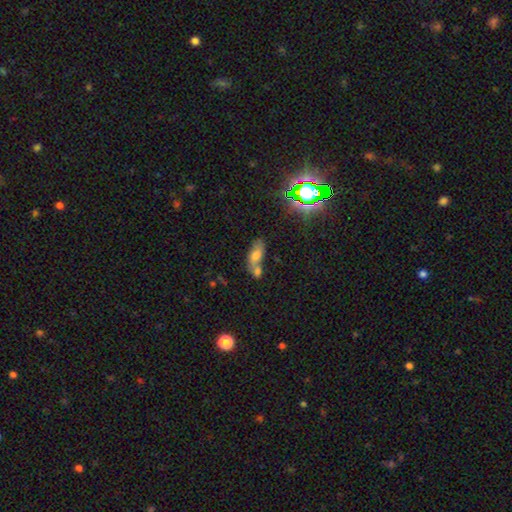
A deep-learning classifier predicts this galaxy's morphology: Smooth or featured? Predicted: smooth (p=0.59). How rounded? Predicted: in between (p=0.79). Merging? Predicted: merger (p=0.53).